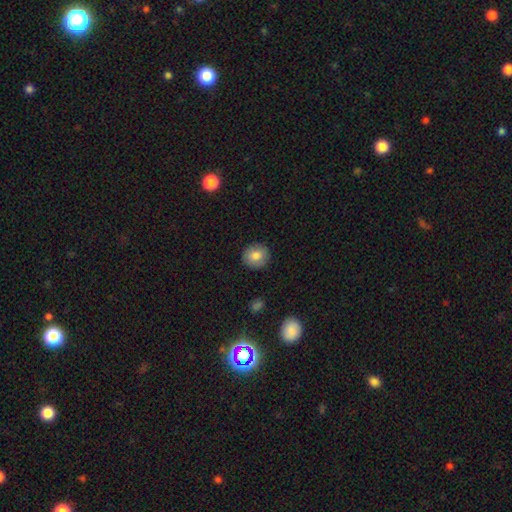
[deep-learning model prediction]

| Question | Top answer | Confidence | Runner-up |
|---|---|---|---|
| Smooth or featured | smooth | 82% | featured or disk (9%) |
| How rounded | round | 88% | in between (11%) |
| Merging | none | 90% | minor disturbance (7%) |